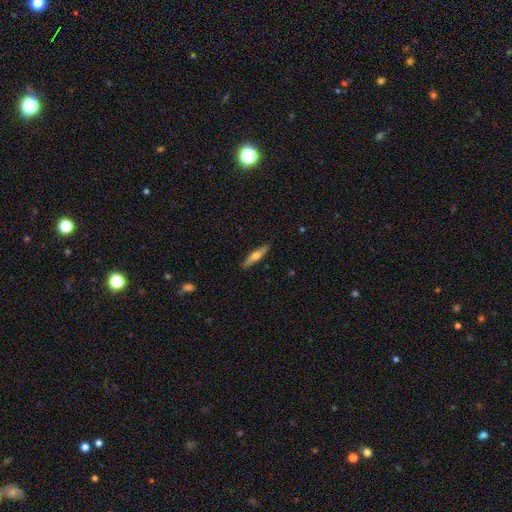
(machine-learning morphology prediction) Smooth or featured: featured or disk — 50% (smooth — 44%)
Edge-on disk: yes — 94% (no — 6%)
Merging: none — 89% (minor disturbance — 8%)